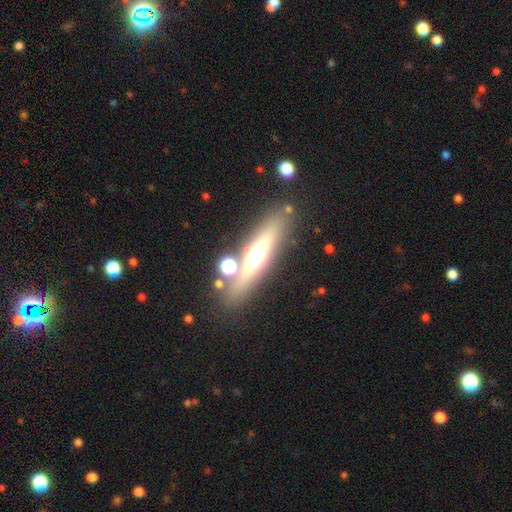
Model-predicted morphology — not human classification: smooth_or_featured: featured or disk (p=0.57) [alt: smooth p=0.30]
disk_edge_on: yes (p=0.88) [alt: no p=0.12]
edge_on_bulge: rounded (p=0.88) [alt: boxy p=0.08]
merging: none (p=0.77) [alt: minor disturbance p=0.10]